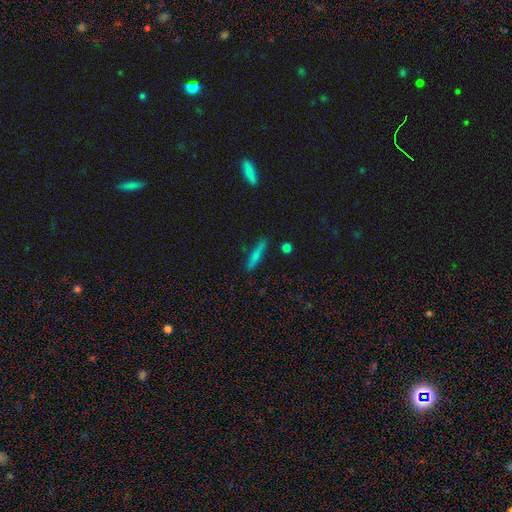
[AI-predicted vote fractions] The model was most divided on "smooth or featured": smooth: 67%, featured or disk: 24%, star or artifact: 9%. More confident: how rounded — cigar-shaped (90%); merging — none (84%).